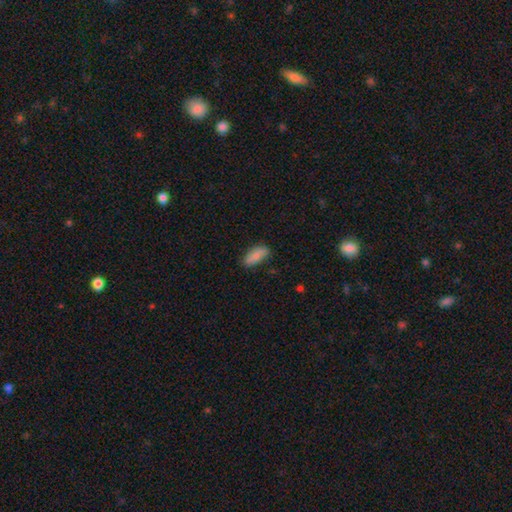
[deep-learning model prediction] Morphology: type=smooth (82%); roundness=in between (85%); merging=none (82%).